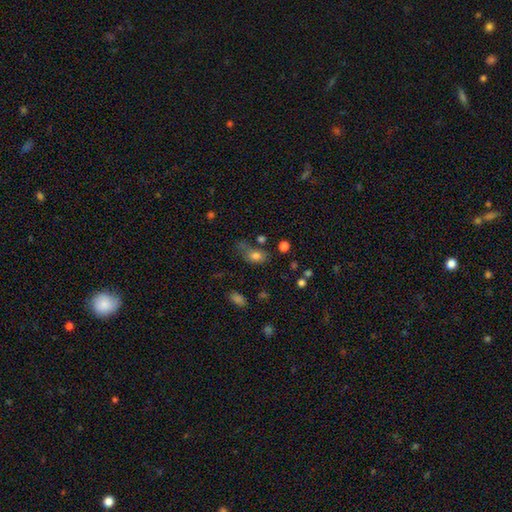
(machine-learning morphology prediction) This appears to be a smooth galaxy with no disk features (78%) that is in between round and cigar-shaped (80%). Merging: none (42%).